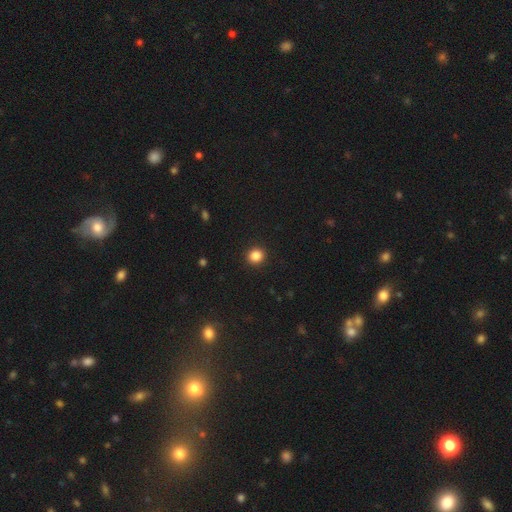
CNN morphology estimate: This is clearly a smooth galaxy (85%). How rounded: clearly round (86%). Merging: clearly none (92%).